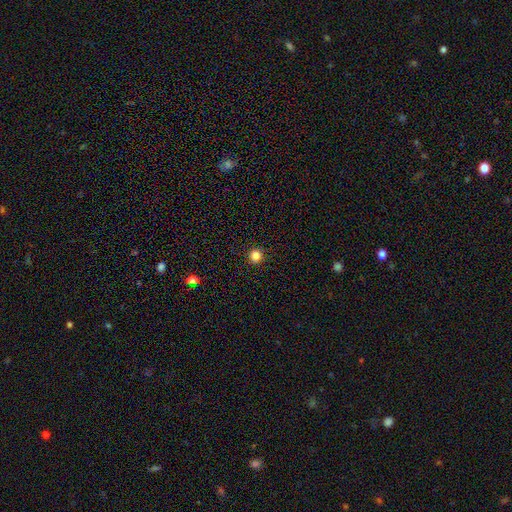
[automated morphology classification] Q: Smooth or featured?
A: smooth (83%); runner-up: star or artifact (13%)
Q: How rounded?
A: round (93%); runner-up: in between (6%)
Q: Merging?
A: none (93%); runner-up: minor disturbance (5%)